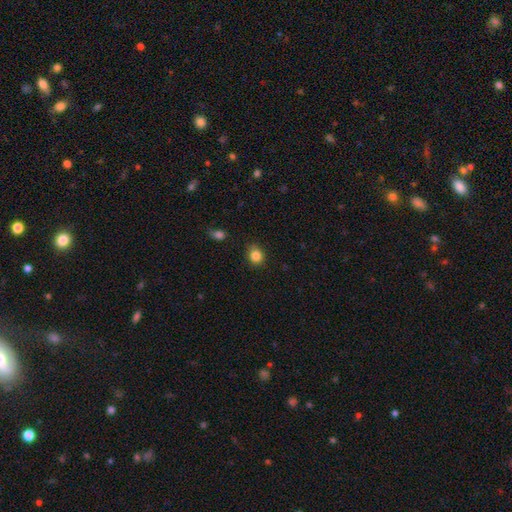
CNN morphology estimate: This appears to be a smooth galaxy with no disk features (84%) that is round (74%). Merging: none (83%).